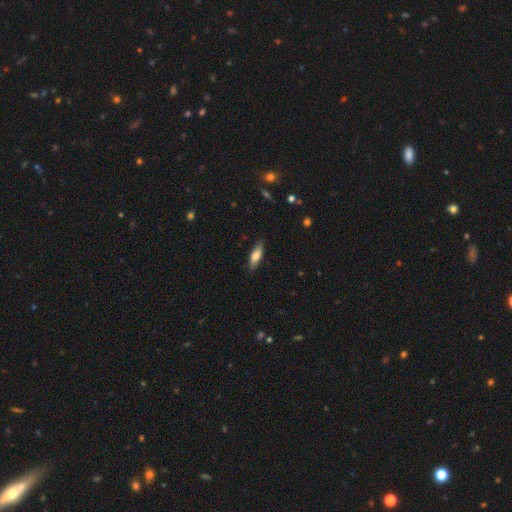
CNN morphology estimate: Q: Smooth or featured?
A: smooth (74%); runner-up: featured or disk (20%)
Q: How rounded?
A: in between (54%); runner-up: cigar-shaped (44%)
Q: Merging?
A: none (85%); runner-up: minor disturbance (12%)